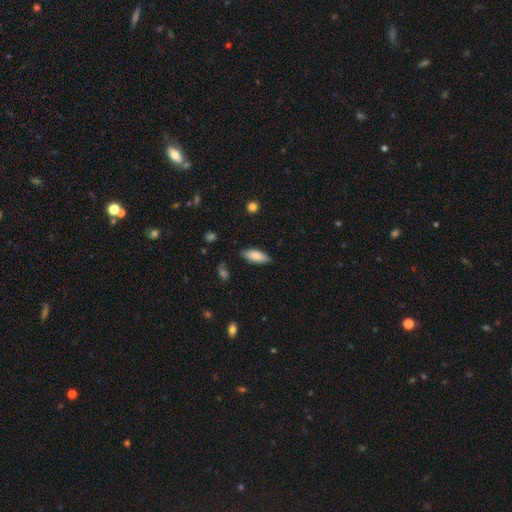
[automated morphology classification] A smooth galaxy with no disk features (84%) that is in between round and cigar-shaped (73%).

Vote fractions:
- Smooth or featured? smooth: 84% / featured or disk: 10% / star or artifact: 6%
- How rounded? in between: 73% / cigar-shaped: 25% / round: 2%
- Merging? none: 84% / minor disturbance: 12% / major disturbance: 2% / merger: 1%